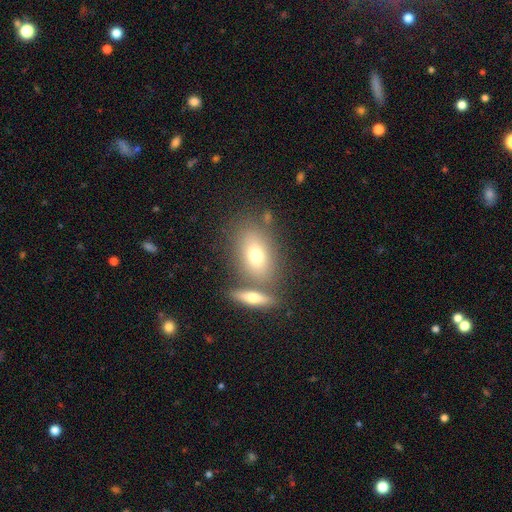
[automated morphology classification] type=smooth (67%); roundness=in between (81%); merging=none (59%).